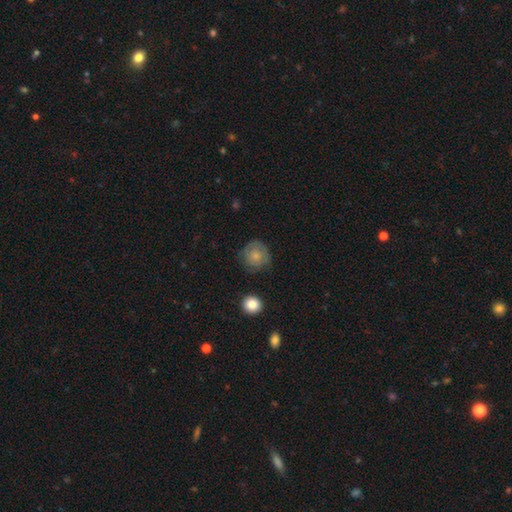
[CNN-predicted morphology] smooth-or-featured: smooth: 69% | featured or disk: 23% | star or artifact: 8%
  how-rounded: round: 90% | in between: 9% | cigar-shaped: 1%
  merging: none: 71% | minor disturbance: 20% | major disturbance: 7% | merger: 2%